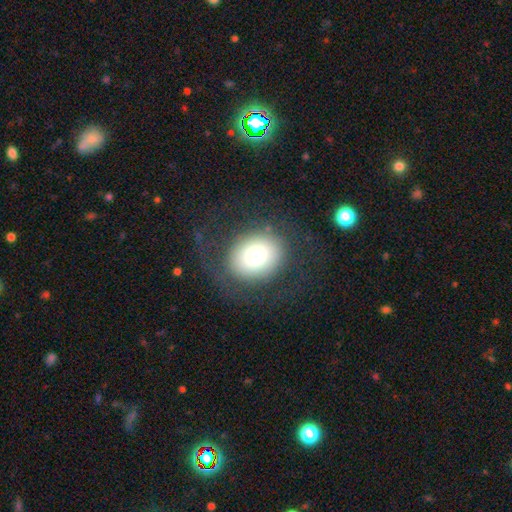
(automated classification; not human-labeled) The model was most divided on "how rounded": round: 61%, in between: 39%, cigar-shaped: 1%. More confident: smooth or featured — smooth (71%); merging — none (69%).